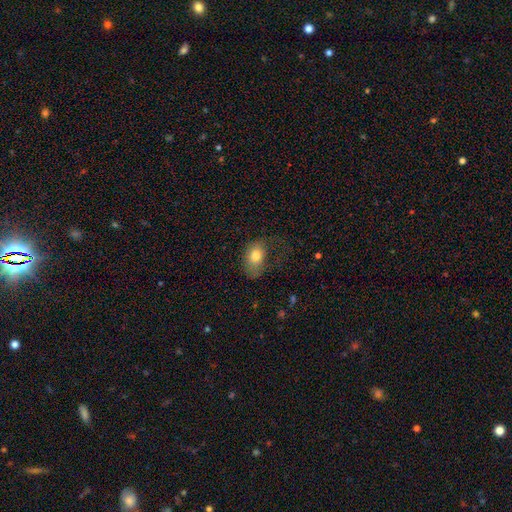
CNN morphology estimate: smooth_or_featured: smooth (p=0.76) [alt: featured or disk p=0.15]
how_rounded: in between (p=0.78) [alt: round p=0.21]
merging: none (p=0.35) [tied with: major disturbance p=0.35]